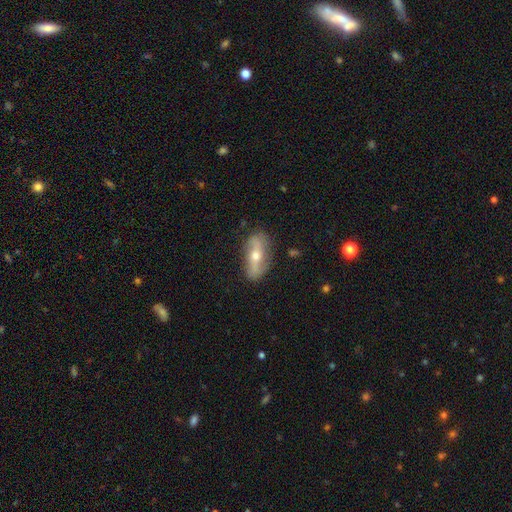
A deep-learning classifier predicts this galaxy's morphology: Smooth or featured?
  - featured or disk: 65% *
  - smooth: 29%
  - star or artifact: 7%
Edge-on disk?
  - no: 70% *
  - yes: 30%
Merging?
  - none: 81% *
  - minor disturbance: 14%
  - major disturbance: 4%
  - merger: 2%